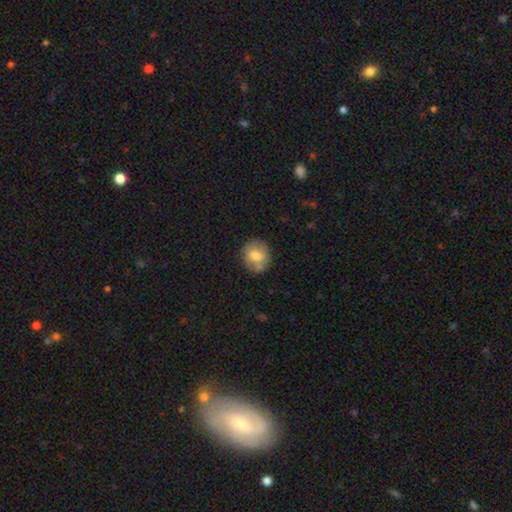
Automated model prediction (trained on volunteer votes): Smooth or featured? Predicted: smooth (p=0.69). How rounded? Predicted: round (p=0.72). Merging? Predicted: none (p=0.64).